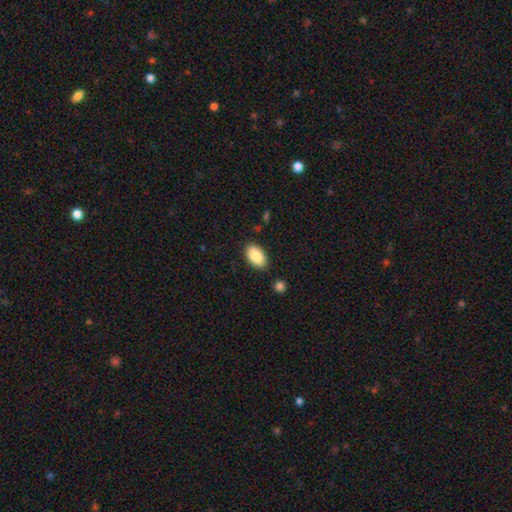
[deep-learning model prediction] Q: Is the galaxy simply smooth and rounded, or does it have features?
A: smooth — 88%.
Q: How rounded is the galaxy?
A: in between — 94%.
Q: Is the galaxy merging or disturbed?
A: none — 85%.